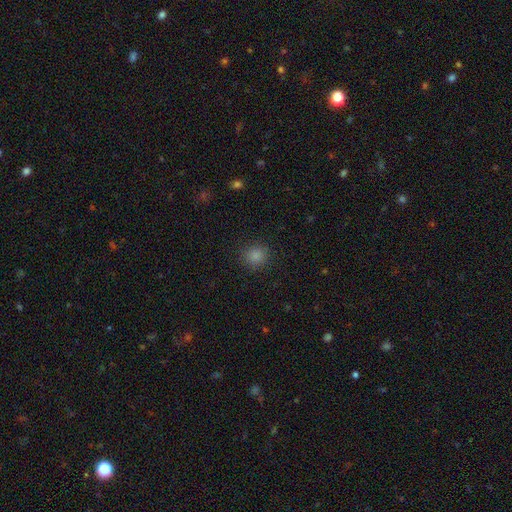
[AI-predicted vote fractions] A smooth galaxy with no disk features (84%) that is round (89%). Merging: none (89%).